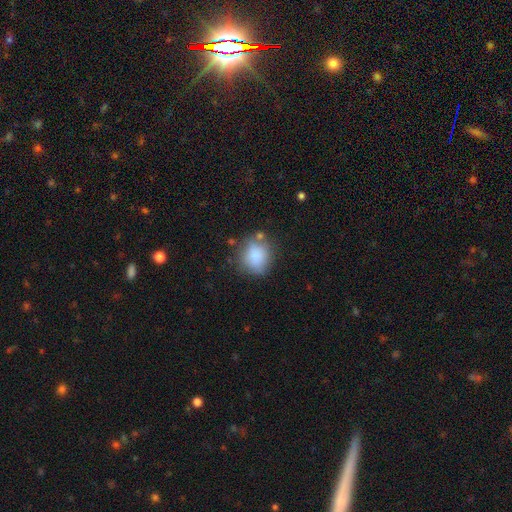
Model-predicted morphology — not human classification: Smooth or featured? Predicted: smooth (p=0.83). How rounded? Predicted: round (p=0.66). Merging? Predicted: none (p=0.65).